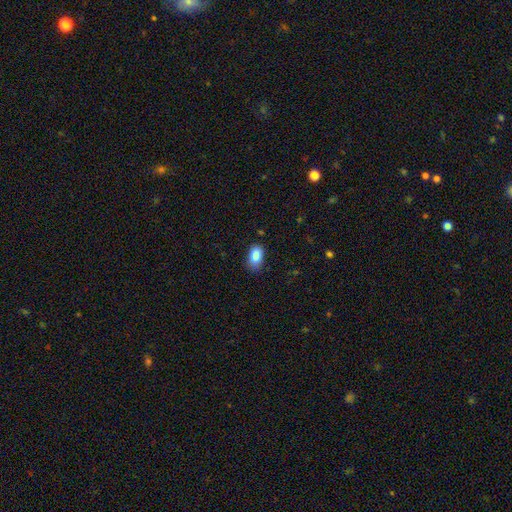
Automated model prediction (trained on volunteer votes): Smooth or featured? Predicted: smooth (p=0.87). How rounded? Predicted: in between (p=0.90). Merging? Predicted: none (p=0.75).